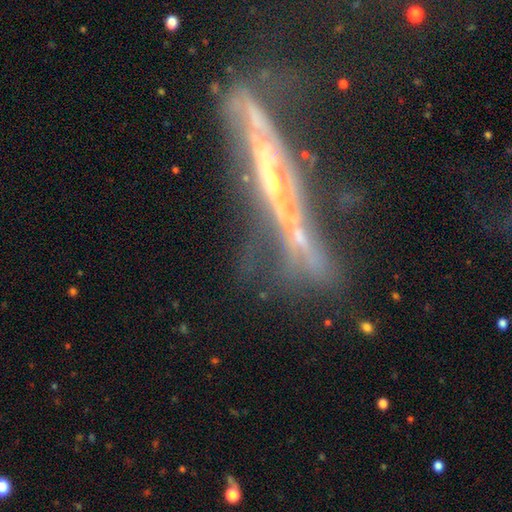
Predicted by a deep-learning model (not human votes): A featured or disk galaxy (78%) viewed edge-on (71%) with no central bulge (47%). Merging: none (42%).